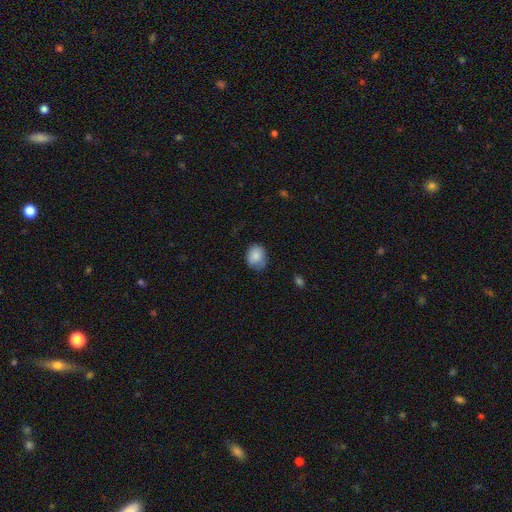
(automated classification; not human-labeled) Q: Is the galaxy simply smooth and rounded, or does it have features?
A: smooth — 85%.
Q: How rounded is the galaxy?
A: round — 56%.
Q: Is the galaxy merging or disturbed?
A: none — 66%.